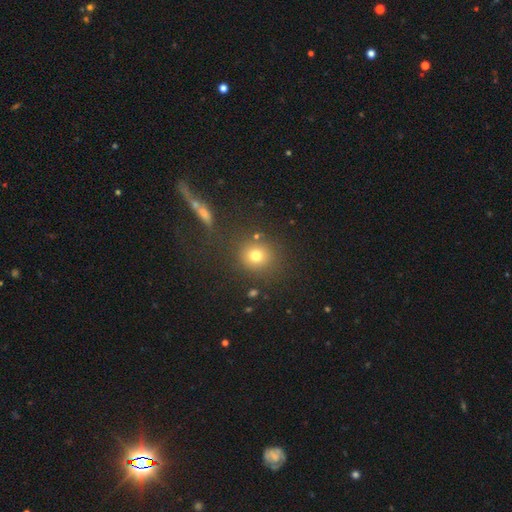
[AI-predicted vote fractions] A smooth galaxy with no disk features (76%) that is round (88%).

Vote fractions:
- Smooth or featured? smooth: 76% / star or artifact: 16% / featured or disk: 8%
- How rounded? round: 88% / in between: 11% / cigar-shaped: 1%
- Merging? none: 81% / minor disturbance: 9% / merger: 6% / major disturbance: 4%